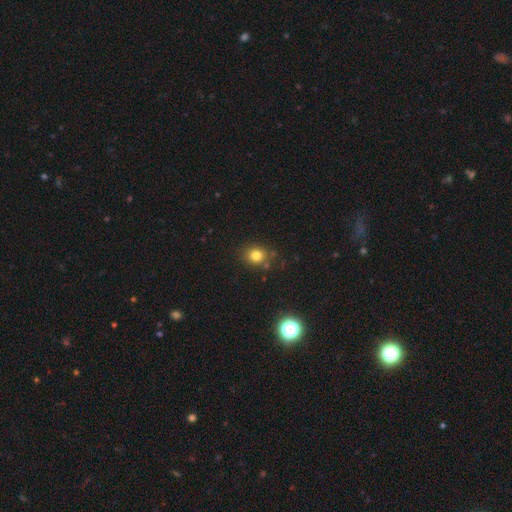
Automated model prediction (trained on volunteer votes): This is likely a smooth galaxy (79%). How rounded: likely round (75%). Merging: clearly none (81%).